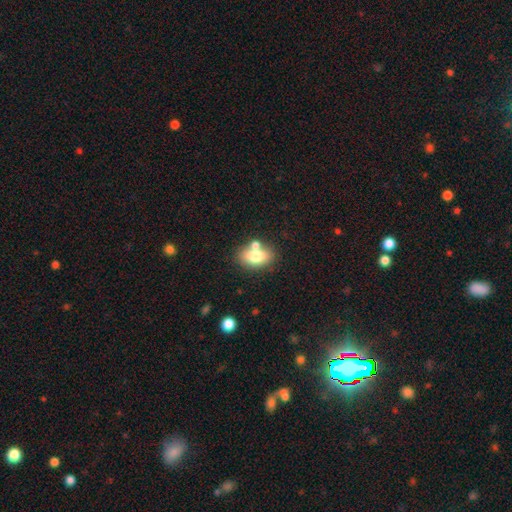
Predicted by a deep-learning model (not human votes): Smooth or featured? Predicted: smooth (p=0.75). How rounded? Predicted: in between (p=0.81). Merging? Predicted: none (p=0.62).